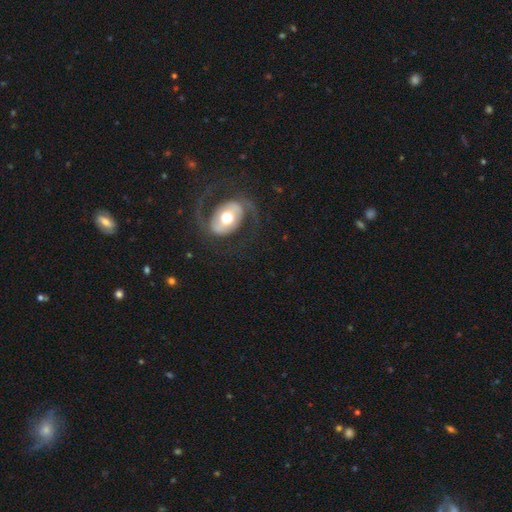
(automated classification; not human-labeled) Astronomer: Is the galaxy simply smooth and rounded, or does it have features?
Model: featured or disk — 80%.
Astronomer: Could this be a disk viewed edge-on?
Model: no — 96%.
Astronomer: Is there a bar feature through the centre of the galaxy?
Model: no — 47% (runner-up: weak, 28%).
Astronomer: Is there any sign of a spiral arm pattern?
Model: yes — 86%.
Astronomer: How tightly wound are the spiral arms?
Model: medium — 50% (runner-up: loose, 25%).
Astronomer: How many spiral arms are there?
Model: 2 — 91%.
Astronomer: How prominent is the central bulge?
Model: moderate — 61%.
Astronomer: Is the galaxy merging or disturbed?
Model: none — 79%.